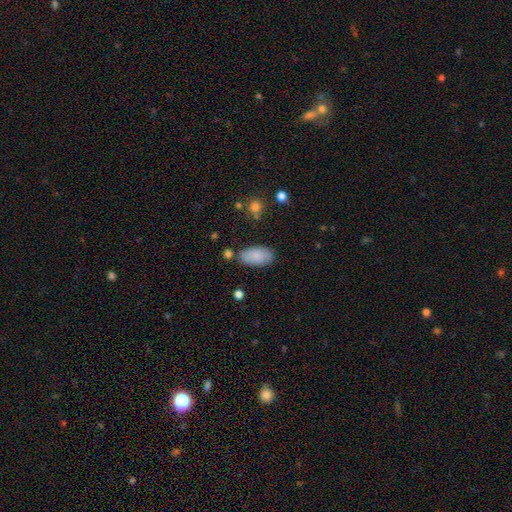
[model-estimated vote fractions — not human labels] Smooth or featured: smooth — 85% (featured or disk — 9%)
How rounded: in between — 93% (cigar-shaped — 4%)
Merging: none — 78% (minor disturbance — 14%)